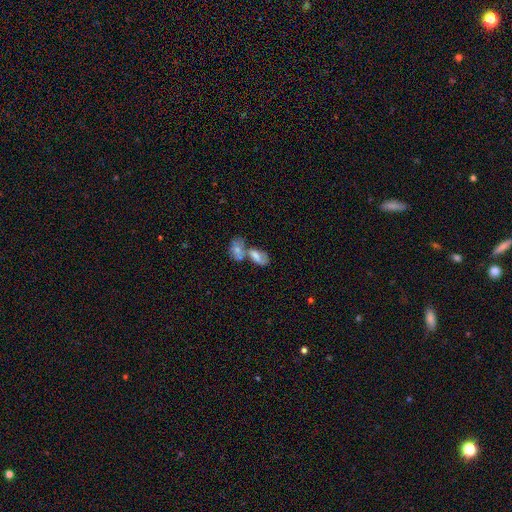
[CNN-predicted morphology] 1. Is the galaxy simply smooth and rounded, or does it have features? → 60% smooth, 29% featured or disk, 11% star or artifact.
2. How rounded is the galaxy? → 87% in between, 8% round, 5% cigar-shaped.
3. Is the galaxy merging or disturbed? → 65% merger, 20% none, 9% minor disturbance, 6% major disturbance.